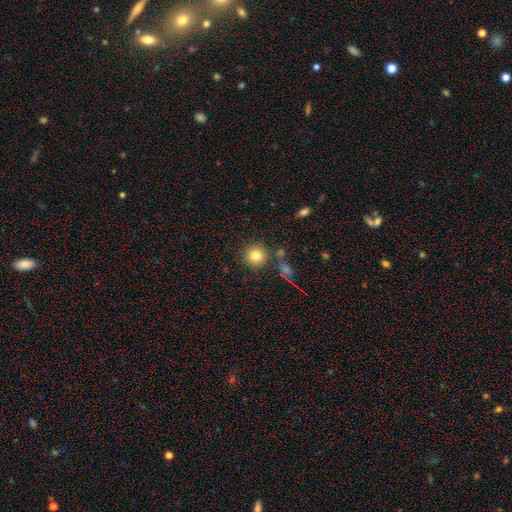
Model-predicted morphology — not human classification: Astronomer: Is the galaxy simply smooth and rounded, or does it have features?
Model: smooth — 81%.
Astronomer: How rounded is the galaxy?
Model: round — 93%.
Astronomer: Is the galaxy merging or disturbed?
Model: none — 82%.